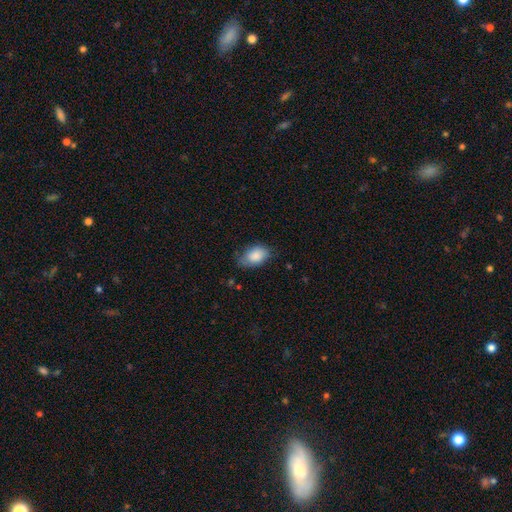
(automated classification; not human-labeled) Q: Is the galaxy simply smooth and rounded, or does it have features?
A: smooth — 85%.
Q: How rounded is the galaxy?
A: in between — 88%.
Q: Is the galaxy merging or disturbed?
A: none — 67%.